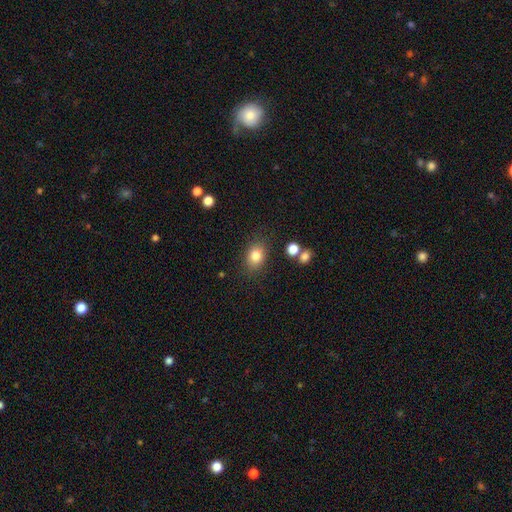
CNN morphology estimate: smooth_or_featured: smooth (p=0.82) [alt: star or artifact p=0.10]
how_rounded: in between (p=0.63) [alt: round p=0.35]
merging: none (p=0.79) [alt: minor disturbance p=0.13]